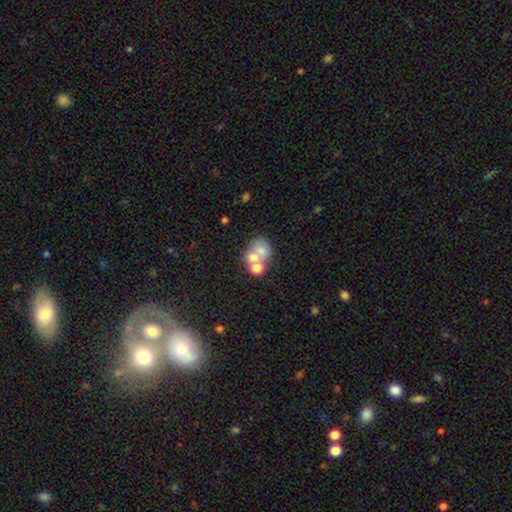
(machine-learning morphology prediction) The model was most divided on "how rounded": round: 57%, in between: 42%, cigar-shaped: 1%. More confident: smooth or featured — smooth (57%); merging — merger (53%).